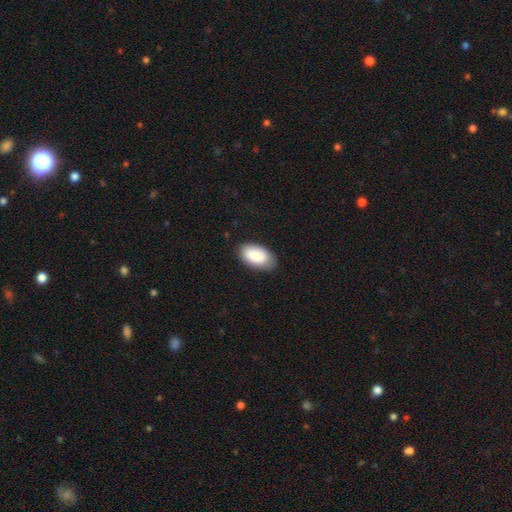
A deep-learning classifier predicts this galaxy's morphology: Smooth or featured: smooth — 88% (featured or disk — 6%)
How rounded: in between — 95% (round — 3%)
Merging: none — 79% (minor disturbance — 17%)